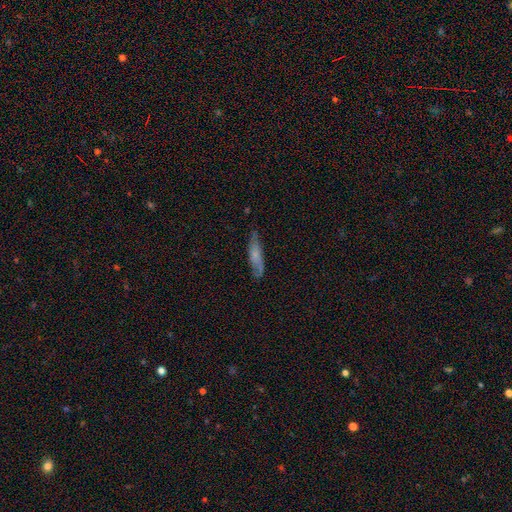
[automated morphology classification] smooth 54%, featured or disk 39%, star or artifact 7%. Down the decision tree: how rounded — cigar-shaped (63%); merging — none (68%).